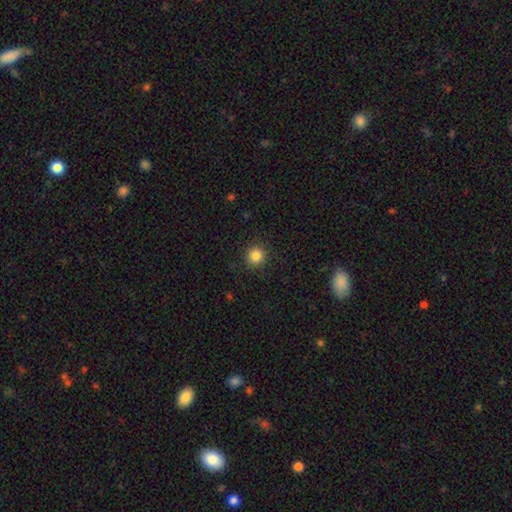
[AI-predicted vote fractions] A smooth galaxy with no disk features (85%) that is round (94%). Merging: none (91%).